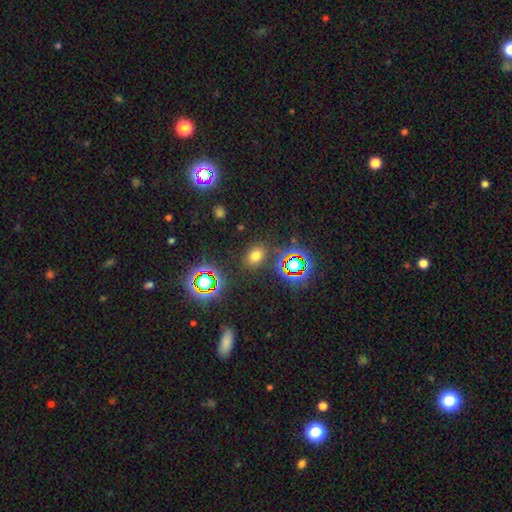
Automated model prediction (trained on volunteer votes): Morphology: type=smooth (62%); roundness=in between (61%); merging=none (84%).